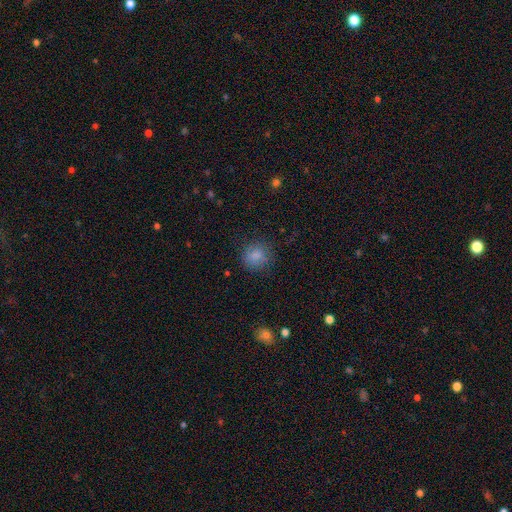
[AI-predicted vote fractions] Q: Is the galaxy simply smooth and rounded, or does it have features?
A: smooth — 82%.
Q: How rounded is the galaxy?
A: round — 85%.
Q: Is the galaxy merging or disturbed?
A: none — 80%.